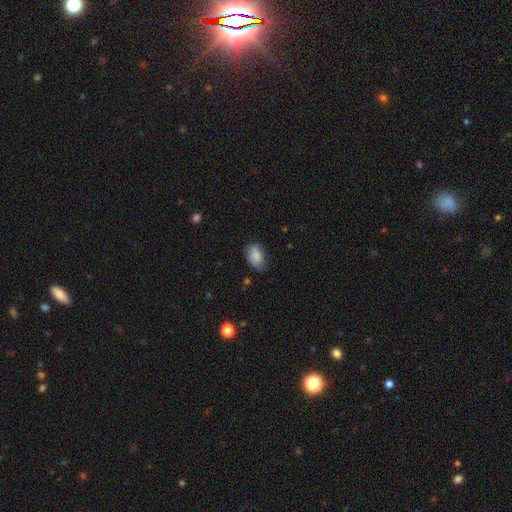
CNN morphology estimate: Smooth or featured?
  - smooth: 86% *
  - star or artifact: 7%
  - featured or disk: 7%
How rounded?
  - in between: 89% *
  - round: 10%
  - cigar-shaped: 2%
Merging?
  - none: 68% *
  - minor disturbance: 26%
  - major disturbance: 5%
  - merger: 1%